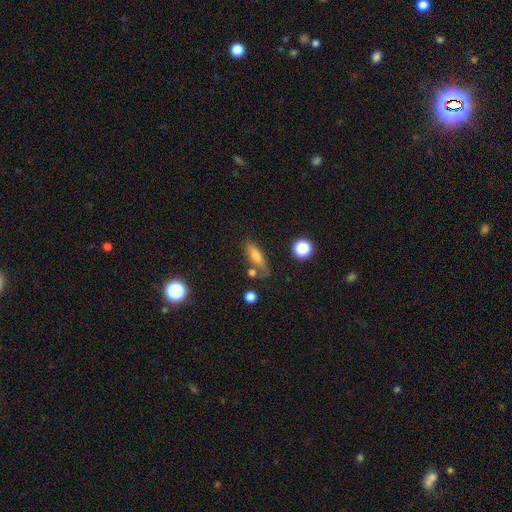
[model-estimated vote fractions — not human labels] This is likely a smooth galaxy (67%). How rounded: possibly in between (48%). Merging: likely none (69%).